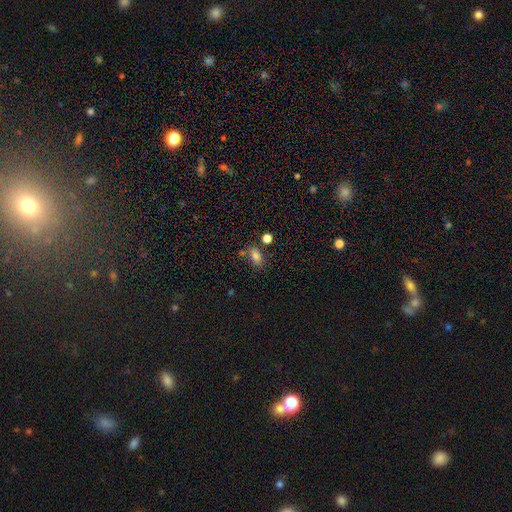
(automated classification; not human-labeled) Smooth or featured? Predicted: smooth (p=0.81). How rounded? Predicted: in between (p=0.84). Merging? Predicted: none (p=0.69).